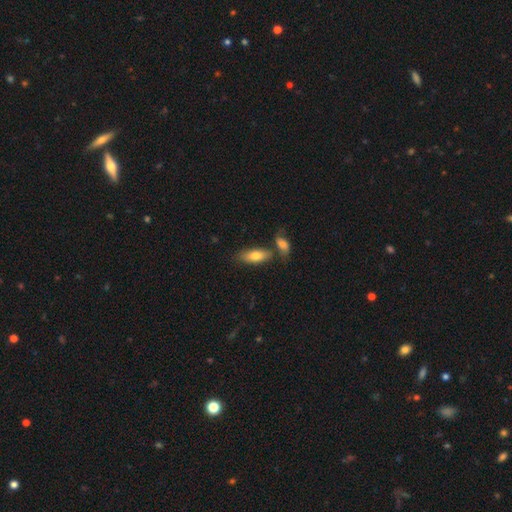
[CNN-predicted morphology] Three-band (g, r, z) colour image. It shows a smooth galaxy with no disk features (75%) that is in between round and cigar-shaped (76%). Merging: none (64%).